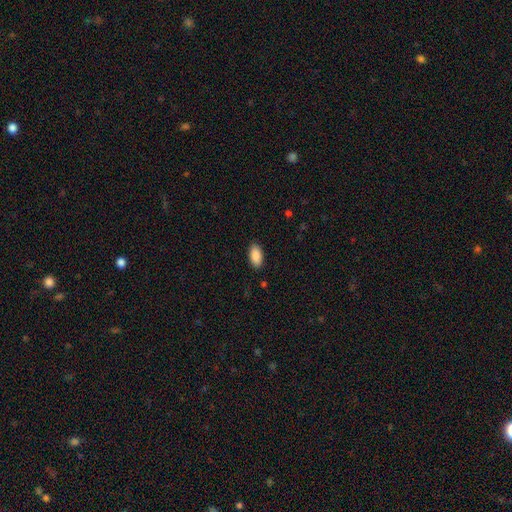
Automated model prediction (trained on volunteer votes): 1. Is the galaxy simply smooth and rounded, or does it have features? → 90% smooth, 6% star or artifact, 4% featured or disk.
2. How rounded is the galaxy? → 94% in between, 4% cigar-shaped, 2% round.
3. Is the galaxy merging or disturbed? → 88% none, 9% minor disturbance, 2% major disturbance, 1% merger.